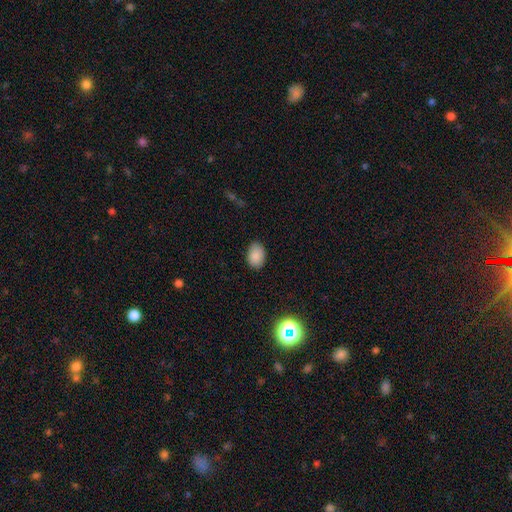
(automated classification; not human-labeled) smooth 87%, star or artifact 9%, featured or disk 4%. Down the decision tree: how rounded — in between (82%); merging — none (85%).